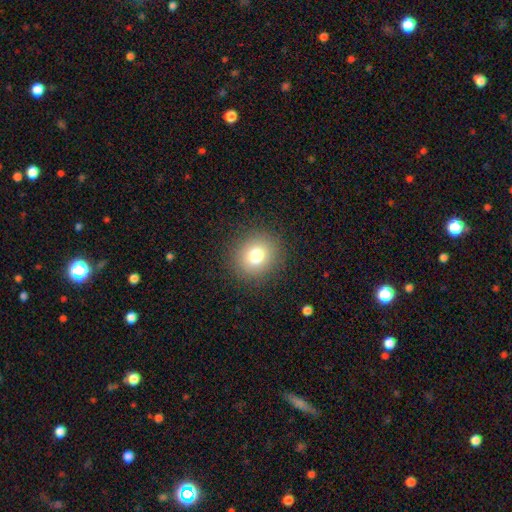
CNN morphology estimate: Overall: smooth (77%). How rounded: round (84%). Merging: none (89%).